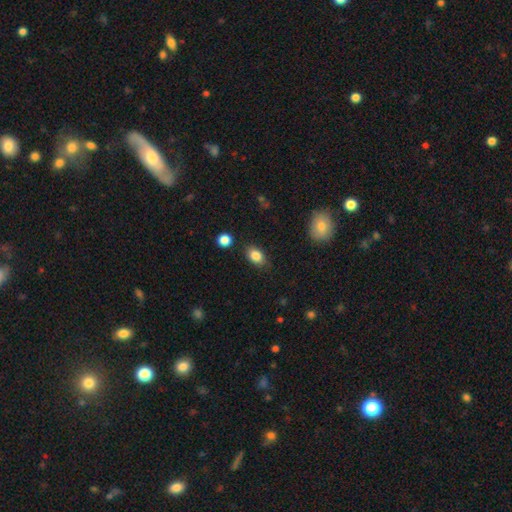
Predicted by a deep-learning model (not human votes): smooth_or_featured: smooth (p=0.85) [alt: star or artifact p=0.08]
how_rounded: in between (p=0.83) [alt: round p=0.16]
merging: none (p=0.82) [alt: minor disturbance p=0.12]